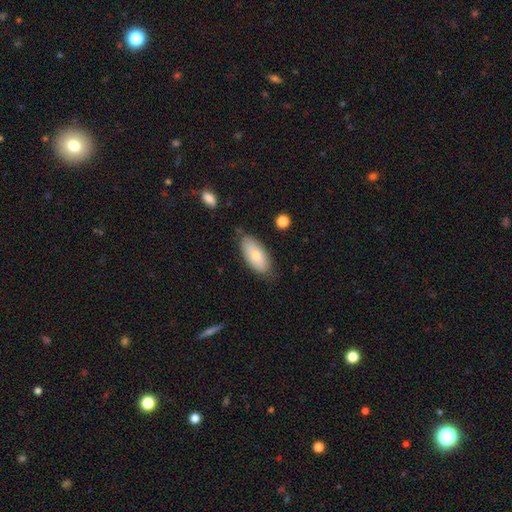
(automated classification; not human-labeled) smooth 72%, featured or disk 21%, star or artifact 6%. Down the decision tree: how rounded — in between (92%); merging — none (76%).